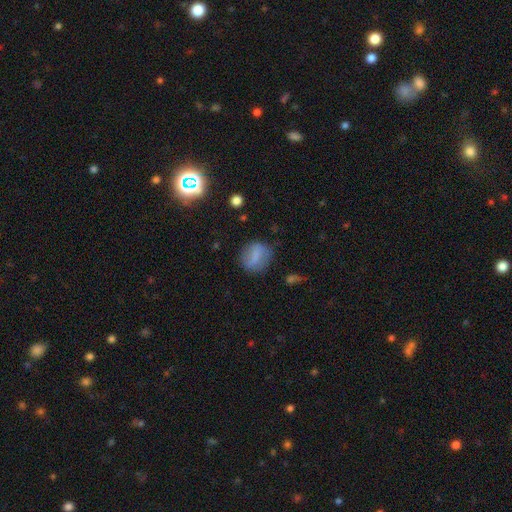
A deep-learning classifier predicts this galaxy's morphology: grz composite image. It shows a smooth galaxy with no disk features (68%) that is round (59%). Merging: none (78%).